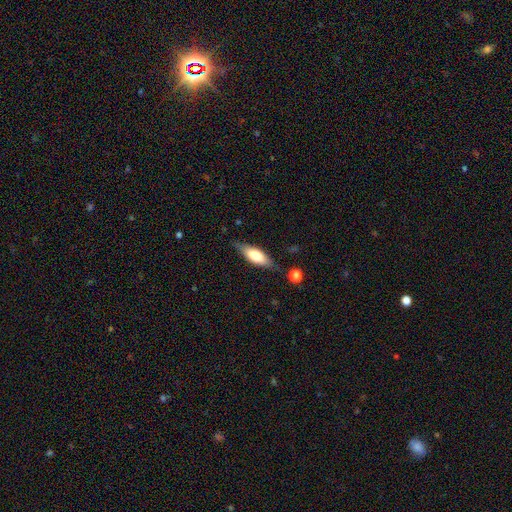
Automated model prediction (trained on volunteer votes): The model was most divided on "how rounded": in between: 64%, cigar-shaped: 34%, round: 2%. More confident: merging — none (77%); smooth or featured — smooth (64%).